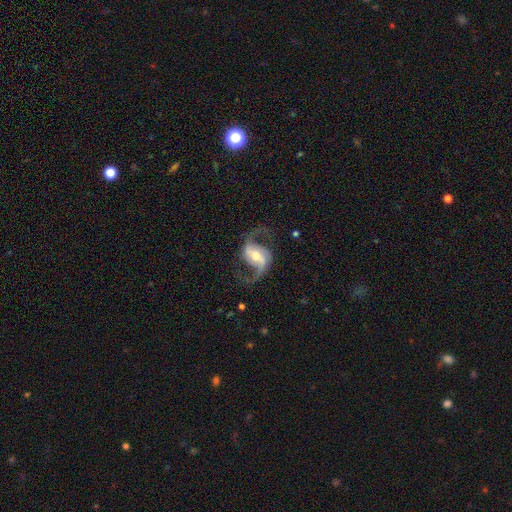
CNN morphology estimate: The model was most divided on "bar": weak: 40%, strong: 37%, no: 23%. More confident: edge-on disk — no (97%); spiral arms — yes (97%); spiral arm count — 2 (93%); smooth or featured — featured or disk (89%); merging — none (74%); bulge size — moderate (58%); spiral winding — loose (56%).